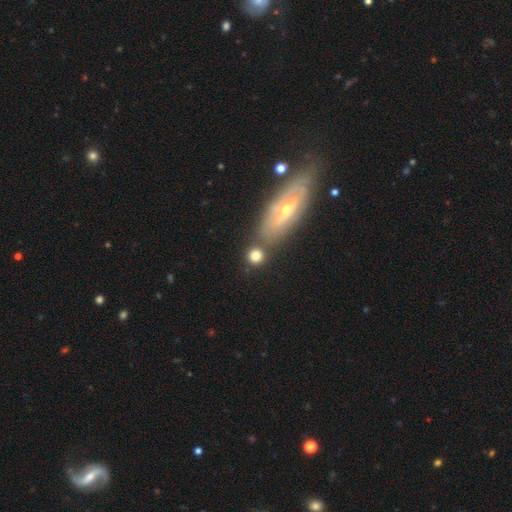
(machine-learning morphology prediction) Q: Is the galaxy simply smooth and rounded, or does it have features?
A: smooth — 78%.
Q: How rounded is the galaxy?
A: round — 85%.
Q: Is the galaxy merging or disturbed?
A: none — 66%.